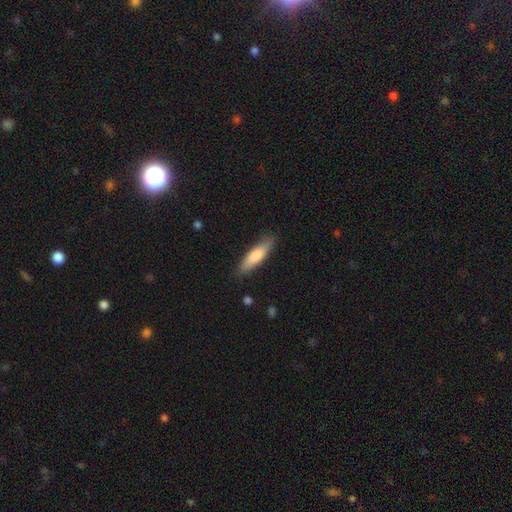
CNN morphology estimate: Smooth or featured? smooth (75%)
How rounded? cigar-shaped (70%)
Merging? none (85%)